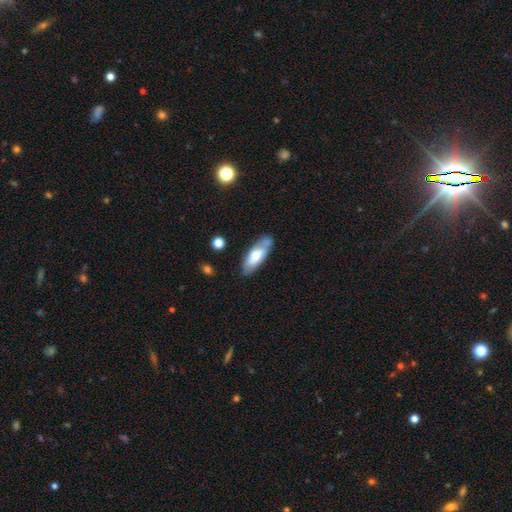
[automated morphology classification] This is possibly a smooth galaxy (58%). How rounded: likely in between (69%). Merging: likely none (72%).